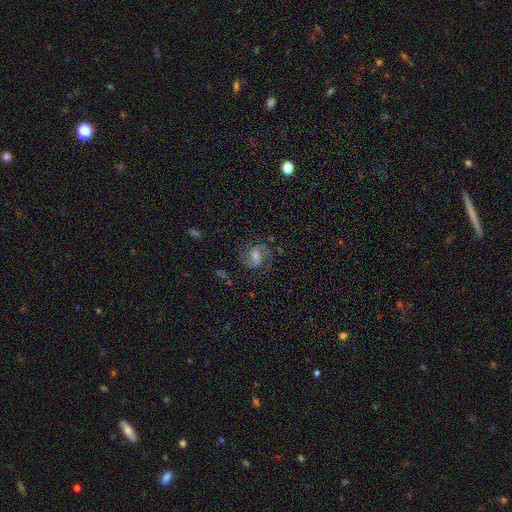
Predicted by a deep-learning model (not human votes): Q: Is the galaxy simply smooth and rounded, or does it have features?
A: featured or disk — 80%.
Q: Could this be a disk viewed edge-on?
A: no — 97%.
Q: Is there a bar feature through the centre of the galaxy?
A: weak — 51%.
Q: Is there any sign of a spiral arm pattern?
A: yes — 96%.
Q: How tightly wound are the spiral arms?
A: medium — 57%.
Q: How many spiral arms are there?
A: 2 — 88%.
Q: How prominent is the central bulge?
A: moderate — 47%.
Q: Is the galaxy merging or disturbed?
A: none — 77%.